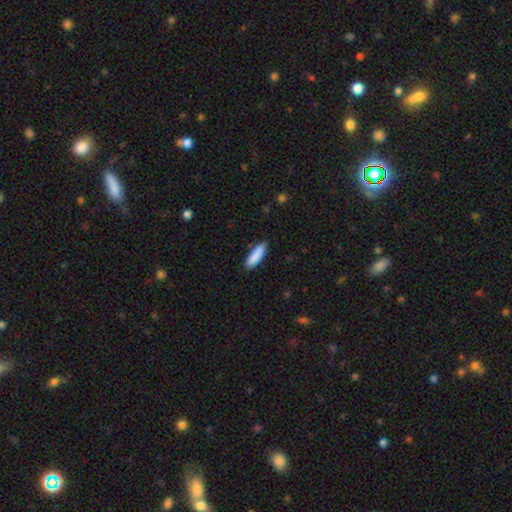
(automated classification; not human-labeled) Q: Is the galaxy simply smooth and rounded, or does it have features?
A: smooth — 89%.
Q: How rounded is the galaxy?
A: cigar-shaped — 55%.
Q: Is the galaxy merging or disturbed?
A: none — 84%.